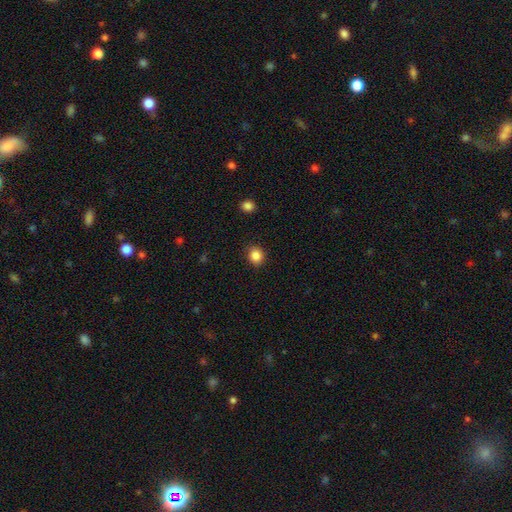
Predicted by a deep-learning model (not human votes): This appears to be a smooth galaxy with no disk features (86%) that is round (75%). Merging: none (89%).